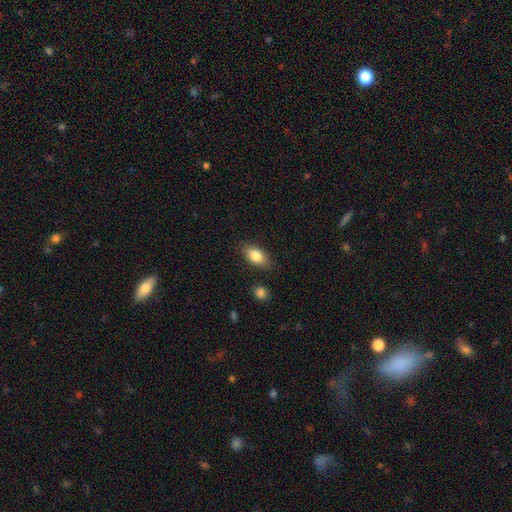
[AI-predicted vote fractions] Smooth or featured? Predicted: smooth (p=0.83). How rounded? Predicted: in between (p=0.89). Merging? Predicted: none (p=0.84).